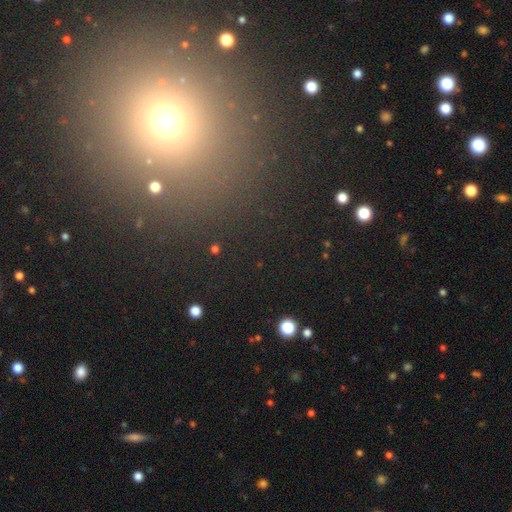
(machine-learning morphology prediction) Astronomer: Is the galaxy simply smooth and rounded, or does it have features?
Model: star or artifact — 49% (runner-up: smooth, 43%).